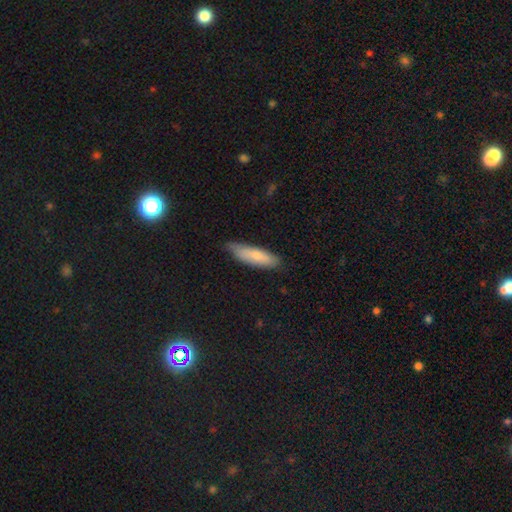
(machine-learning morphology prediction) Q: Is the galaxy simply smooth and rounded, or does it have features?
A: smooth — 78%.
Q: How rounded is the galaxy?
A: cigar-shaped — 61%.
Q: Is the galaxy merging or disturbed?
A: none — 68%.